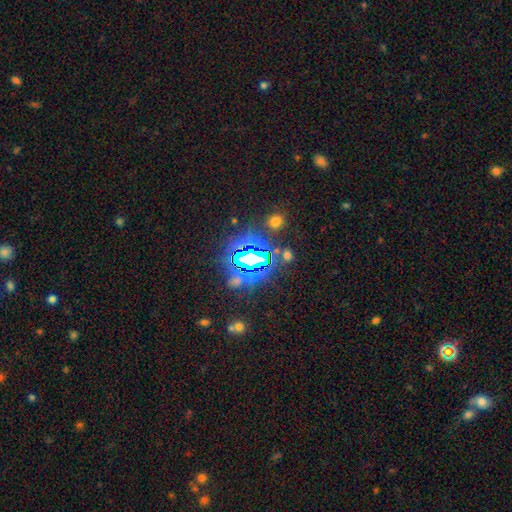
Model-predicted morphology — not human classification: A star or artifact, not a galaxy (79%).

Vote fractions:
- Smooth or featured? star or artifact: 79% / smooth: 13% / featured or disk: 8%